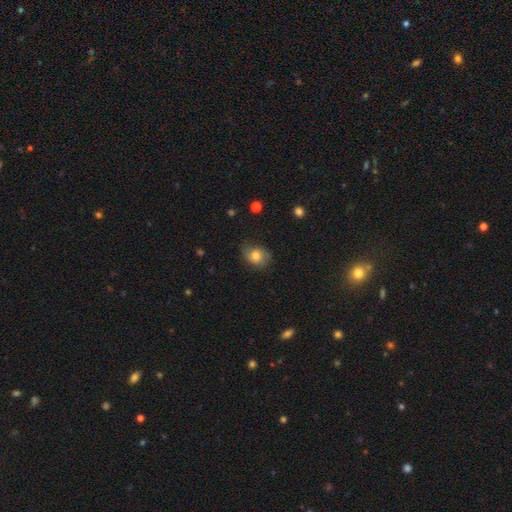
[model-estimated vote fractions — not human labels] Smooth or featured: smooth — 69% (featured or disk — 21%)
How rounded: round — 52% (in between — 47%)
Merging: none — 64% (minor disturbance — 26%)